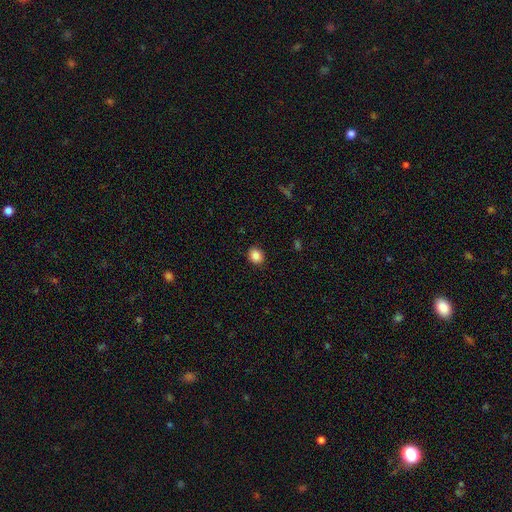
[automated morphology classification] The model was most divided on "how rounded": round: 65%, in between: 34%, cigar-shaped: 1%. More confident: merging — none (89%); smooth or featured — smooth (87%).